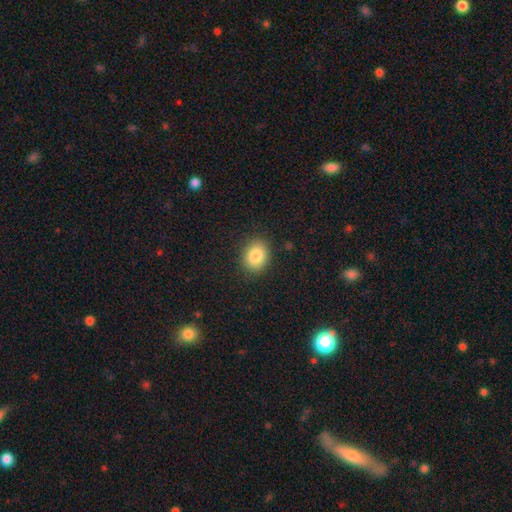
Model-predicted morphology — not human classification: Q: Smooth or featured?
A: smooth (85%); runner-up: star or artifact (9%)
Q: How rounded?
A: round (53%); runner-up: in between (46%)
Q: Merging?
A: none (88%); runner-up: minor disturbance (8%)